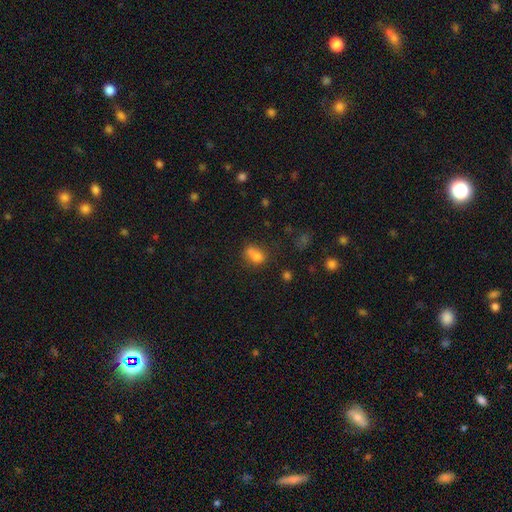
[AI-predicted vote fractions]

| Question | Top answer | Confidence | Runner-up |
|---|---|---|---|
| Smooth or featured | smooth | 75% | star or artifact (13%) |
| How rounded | in between | 62% | round (35%) |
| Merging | none | 38% | merger (35%) |